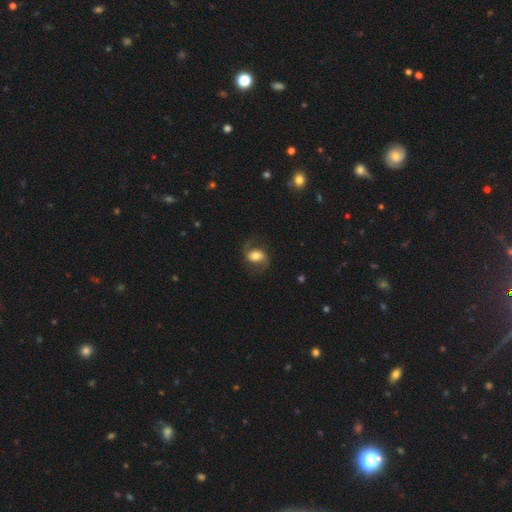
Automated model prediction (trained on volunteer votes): Smooth or featured?
  - featured or disk: 67% *
  - smooth: 25%
  - star or artifact: 8%
Edge-on disk?
  - no: 96% *
  - yes: 4%
Bar?
  - no: 40% *
  - weak: 39%
  - strong: 21%
Spiral arms?
  - yes: 91% *
  - no: 9%
Spiral winding?
  - loose: 56% *
  - medium: 36%
  - tight: 8%
Spiral arm count?
  - 2: 91% *
  - can't tell: 3%
  - 1: 3%
  - 3: 1%
  - 4: 1%
  - more than 4: 1%
Bulge size?
  - moderate: 57% *
  - large: 26%
  - small: 10%
  - dominant: 4%
  - none: 2%
Merging?
  - none: 74% *
  - minor disturbance: 15%
  - major disturbance: 10%
  - merger: 1%